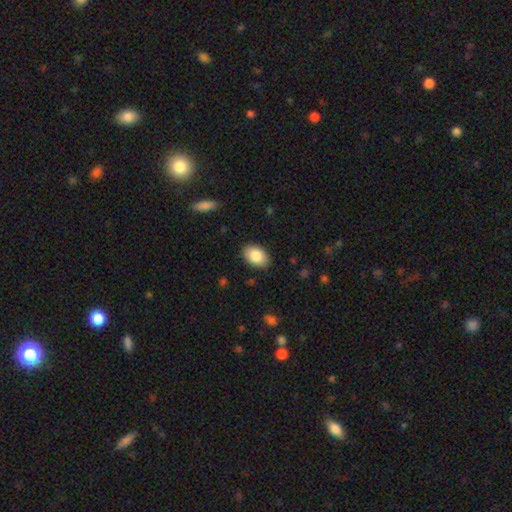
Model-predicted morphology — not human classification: Q: Smooth or featured?
A: smooth (86%); runner-up: featured or disk (7%)
Q: How rounded?
A: in between (87%); runner-up: round (12%)
Q: Merging?
A: none (88%); runner-up: minor disturbance (9%)